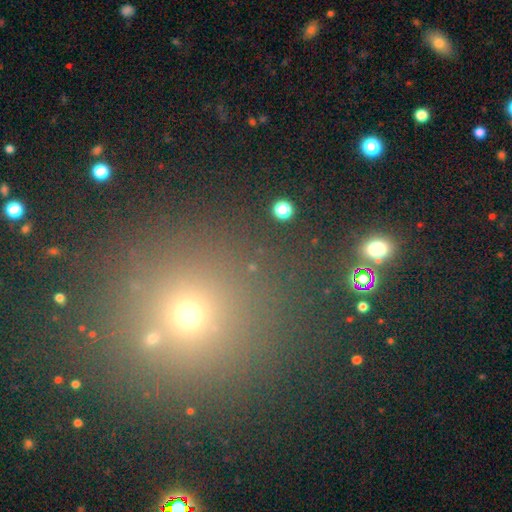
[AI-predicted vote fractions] A smooth galaxy with no disk features (49%).

Vote fractions:
- Smooth or featured? smooth: 49% / star or artifact: 43% / featured or disk: 8%
- Merging? none: 83% / minor disturbance: 7% / merger: 7% / major disturbance: 4%